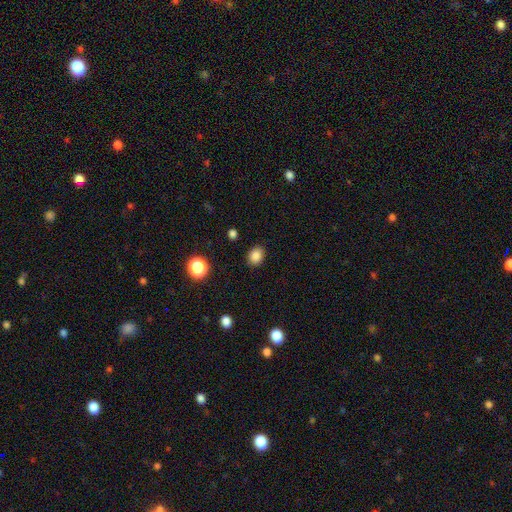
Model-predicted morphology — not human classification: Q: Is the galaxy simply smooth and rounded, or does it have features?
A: smooth — 85%.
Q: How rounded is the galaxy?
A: round — 56%.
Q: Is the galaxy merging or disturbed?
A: none — 87%.